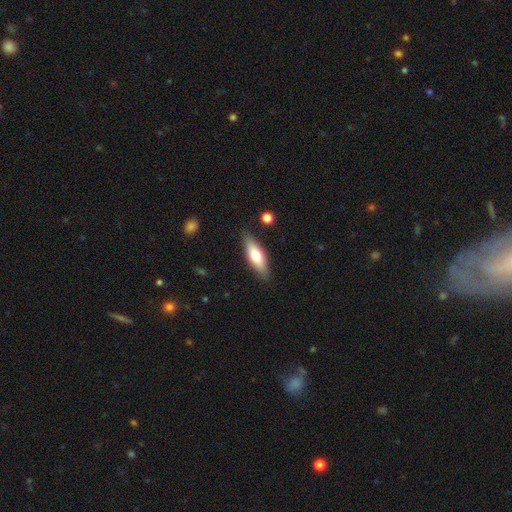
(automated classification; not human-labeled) Morphology: type=smooth (63%); roundness=in between (53%); merging=none (85%).